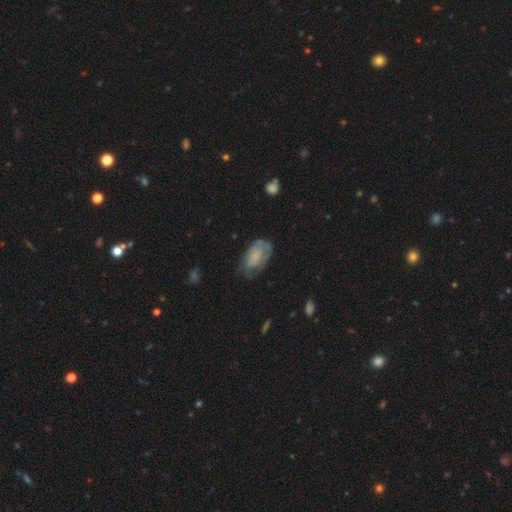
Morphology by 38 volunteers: Smooth or featured? smooth (58%)
How rounded? in between (86%)
Merging? none (46%)